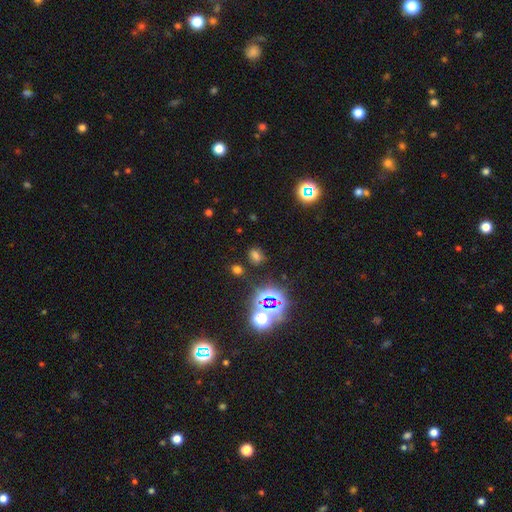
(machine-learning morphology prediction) The model was most divided on "smooth or featured": smooth: 53%, star or artifact: 38%, featured or disk: 9%. More confident: merging — none (76%); how rounded — in between (64%).